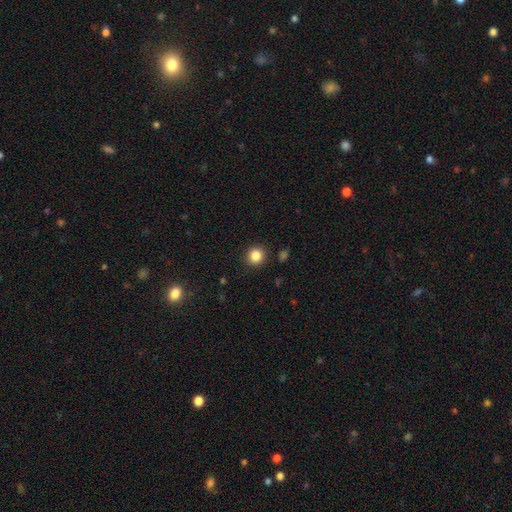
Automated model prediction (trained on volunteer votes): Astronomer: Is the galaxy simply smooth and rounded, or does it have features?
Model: smooth — 85%.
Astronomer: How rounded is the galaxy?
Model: round — 92%.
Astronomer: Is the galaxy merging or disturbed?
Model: none — 91%.